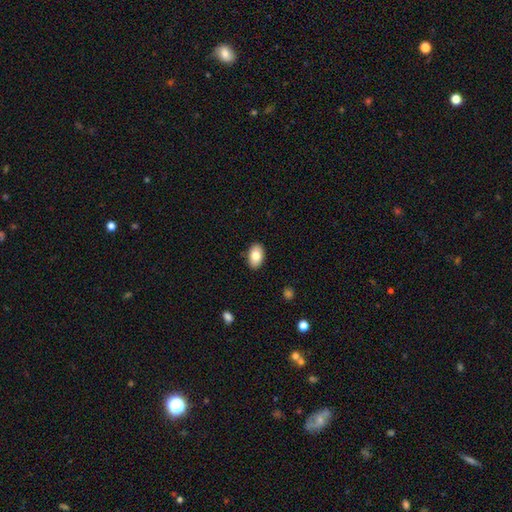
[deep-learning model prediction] Q: Smooth or featured?
A: smooth (82%); runner-up: featured or disk (11%)
Q: How rounded?
A: in between (92%); runner-up: round (7%)
Q: Merging?
A: none (89%); runner-up: minor disturbance (8%)